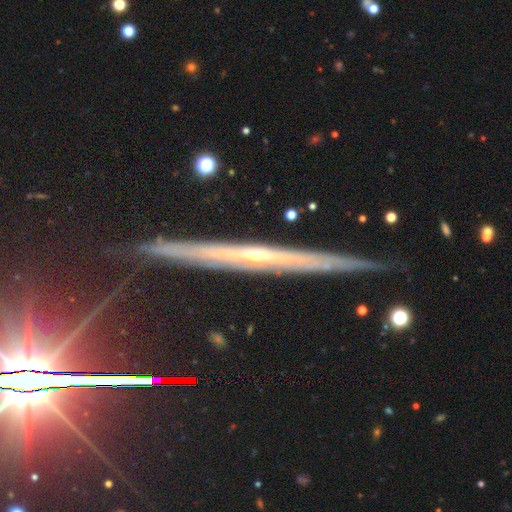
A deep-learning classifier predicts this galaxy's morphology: A featured or disk galaxy (80%) viewed edge-on (93%) with no central bulge (54%). Merging: none (81%).